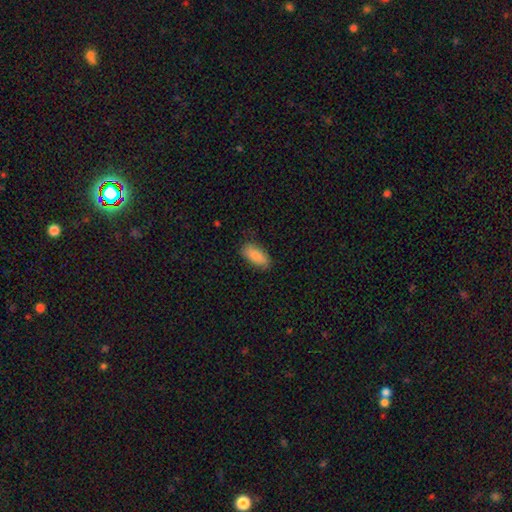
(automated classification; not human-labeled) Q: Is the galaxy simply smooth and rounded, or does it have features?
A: smooth — 87%.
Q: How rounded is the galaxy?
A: in between — 85%.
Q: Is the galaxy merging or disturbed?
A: none — 81%.